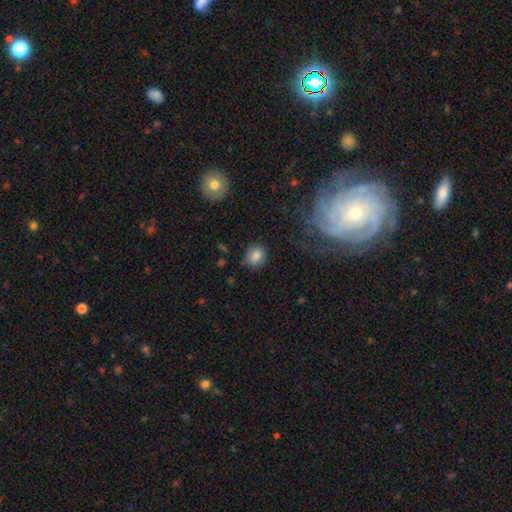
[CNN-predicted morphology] This is clearly a smooth galaxy (82%). How rounded: likely round (73%). Merging: likely none (73%).